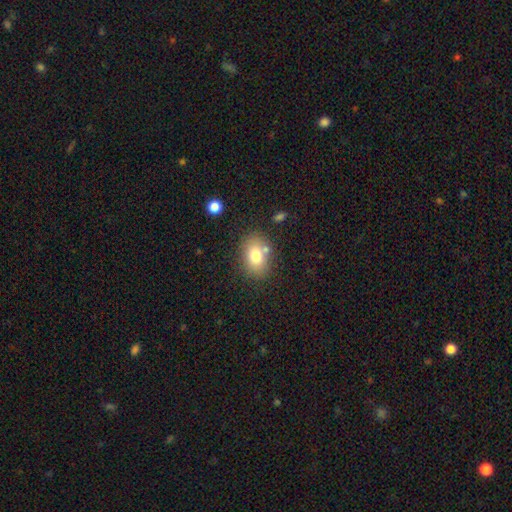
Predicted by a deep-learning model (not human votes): The model was most divided on "how rounded": in between: 74%, round: 25%, cigar-shaped: 1%. More confident: smooth or featured — smooth (77%); merging — none (72%).